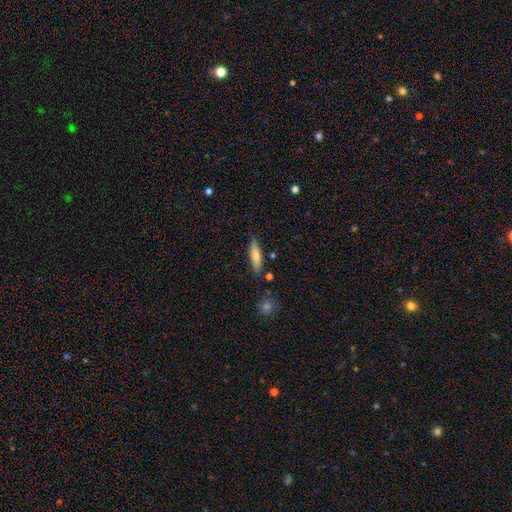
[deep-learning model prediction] Smooth or featured? Predicted: smooth (p=0.66). How rounded? Predicted: cigar-shaped (p=0.64). Merging? Predicted: none (p=0.81).